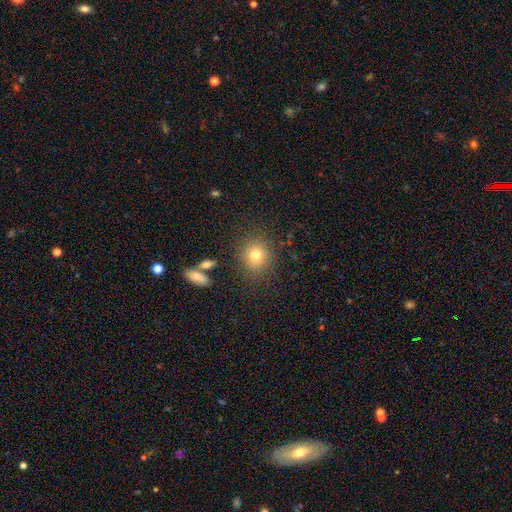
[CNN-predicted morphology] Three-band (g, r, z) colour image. It shows a smooth galaxy with no disk features (77%) that is round (83%). Merging: none (84%).